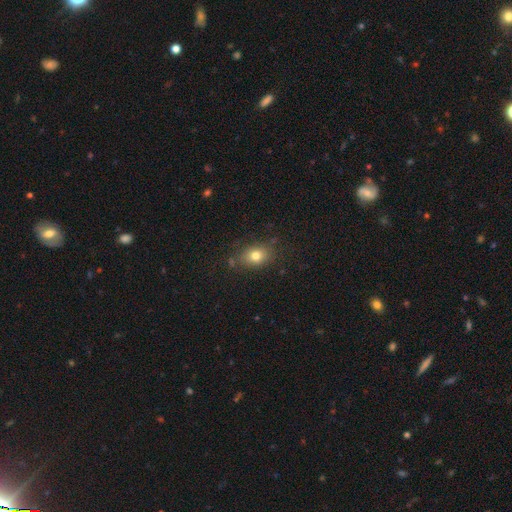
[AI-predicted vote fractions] Smooth or featured?
  - smooth: 77% *
  - star or artifact: 12%
  - featured or disk: 11%
How rounded?
  - in between: 65% *
  - round: 34%
  - cigar-shaped: 1%
Merging?
  - none: 77% *
  - minor disturbance: 15%
  - major disturbance: 4%
  - merger: 3%